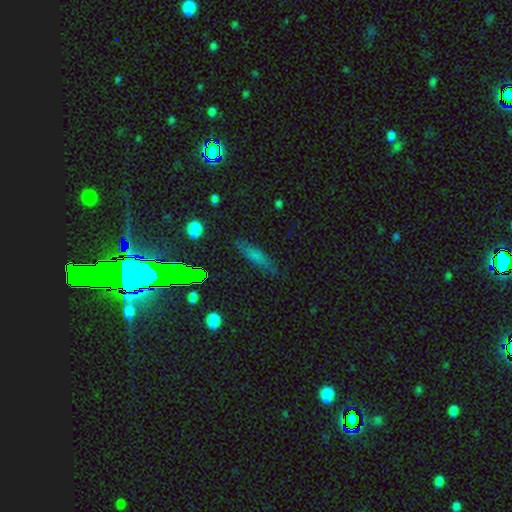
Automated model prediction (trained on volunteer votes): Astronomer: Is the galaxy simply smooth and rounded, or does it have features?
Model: smooth — 60%.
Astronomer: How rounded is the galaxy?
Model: cigar-shaped — 68%.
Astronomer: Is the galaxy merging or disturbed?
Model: none — 80%.